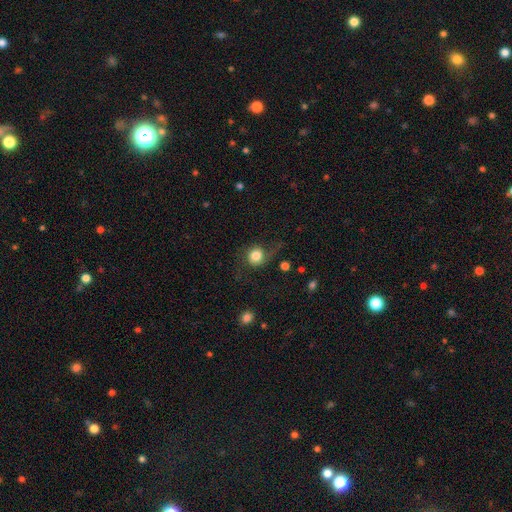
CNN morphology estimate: Smooth or featured: smooth — 67% (featured or disk — 24%)
How rounded: round — 88% (in between — 11%)
Merging: none — 62% (minor disturbance — 19%)